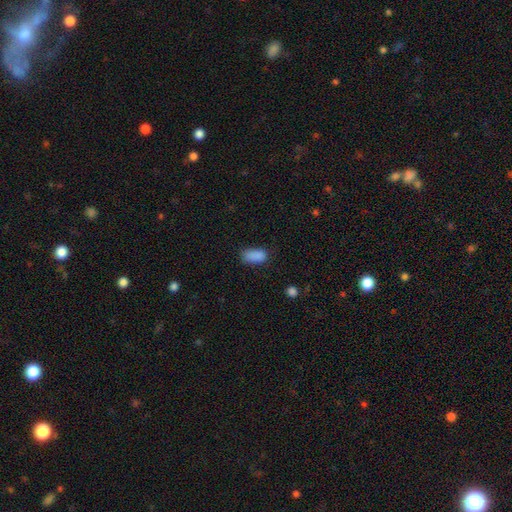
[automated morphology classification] smooth_or_featured: smooth (p=0.86) [alt: star or artifact p=0.10]
how_rounded: in between (p=0.90) [alt: cigar-shaped p=0.05]
merging: none (p=0.65) [alt: minor disturbance p=0.26]